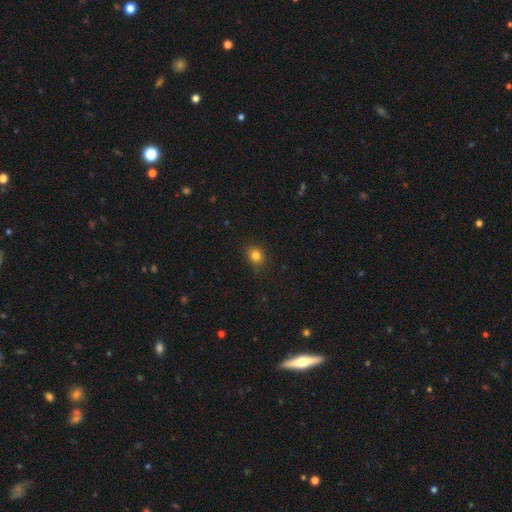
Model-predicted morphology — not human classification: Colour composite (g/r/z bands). It shows a smooth galaxy with no disk features (82%) that is round (71%). Merging: none (87%).